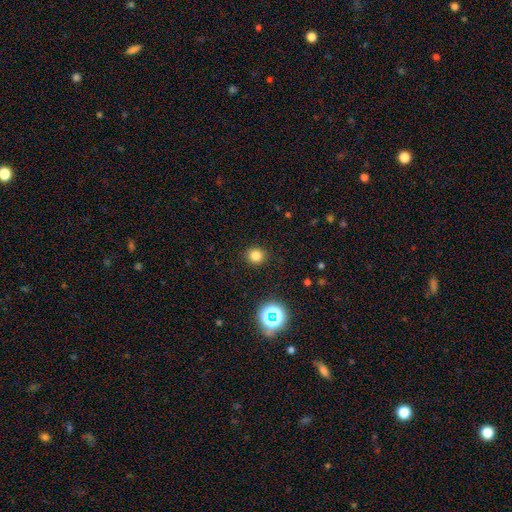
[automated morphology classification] smooth_or_featured: smooth (p=0.78) [alt: star or artifact p=0.17]
how_rounded: round (p=0.88) [alt: in between p=0.11]
merging: none (p=0.90) [alt: minor disturbance p=0.06]